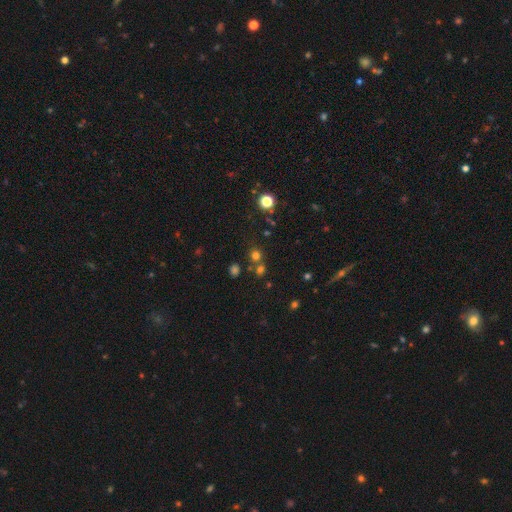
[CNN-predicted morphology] smooth 65%, star or artifact 28%, featured or disk 7%. Down the decision tree: how rounded — round (88%); merging — none (70%).